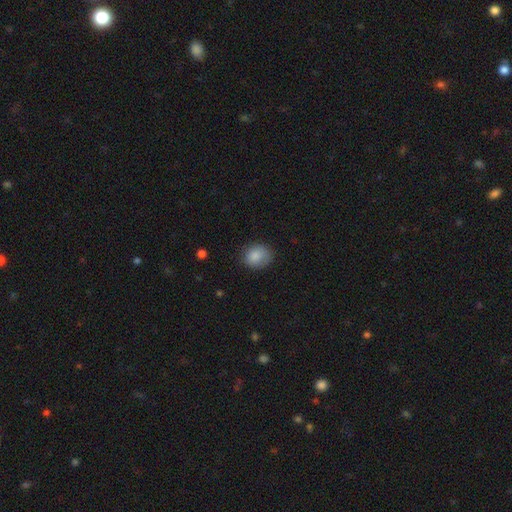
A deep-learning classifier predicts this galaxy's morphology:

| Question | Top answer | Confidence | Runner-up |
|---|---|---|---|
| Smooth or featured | smooth | 84% | featured or disk (8%) |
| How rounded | round | 61% | in between (38%) |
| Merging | none | 74% | minor disturbance (19%) |